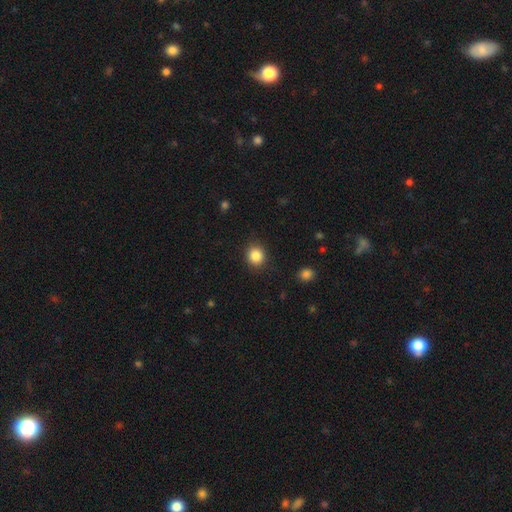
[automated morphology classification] This is clearly a smooth galaxy (85%). How rounded: clearly round (83%). Merging: clearly none (89%).